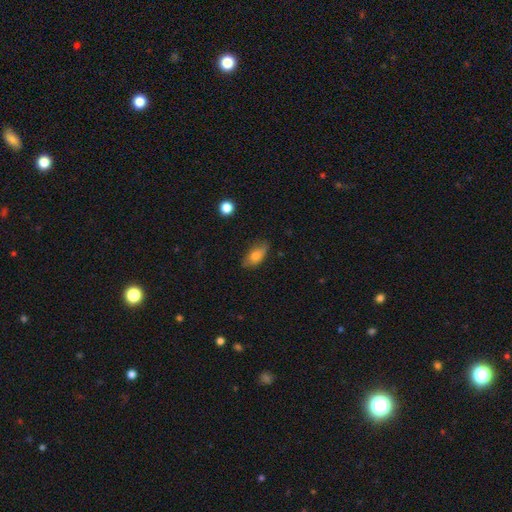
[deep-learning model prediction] smooth_or_featured: smooth (p=0.72) [alt: featured or disk p=0.20]
how_rounded: in between (p=0.83) [alt: cigar-shaped p=0.12]
merging: none (p=0.76) [alt: minor disturbance p=0.19]